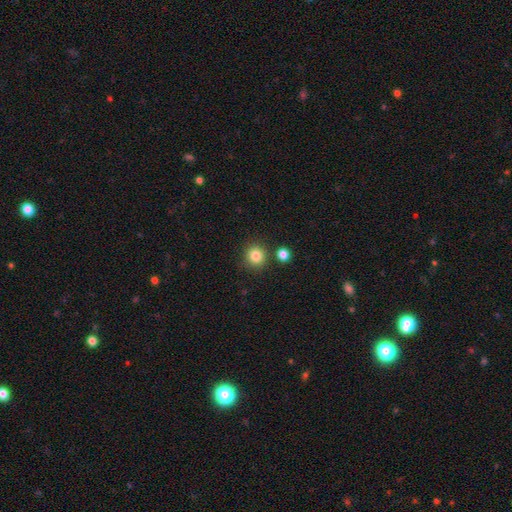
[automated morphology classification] Smooth or featured: smooth — 83% (star or artifact — 11%)
How rounded: round — 87% (in between — 12%)
Merging: none — 82% (minor disturbance — 9%)